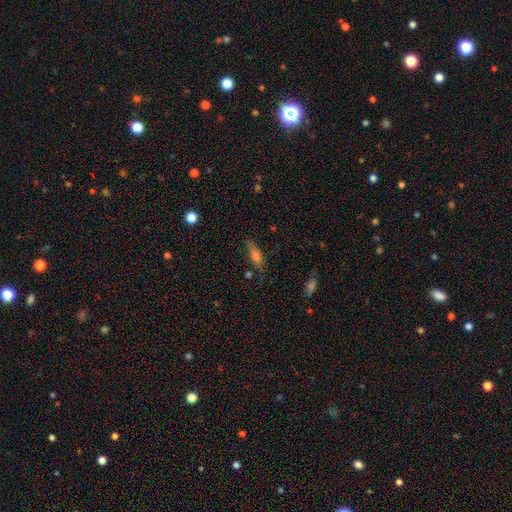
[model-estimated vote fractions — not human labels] This appears to be a smooth galaxy with no disk features (64%) that is cigar-shaped (49%). Merging: none (71%).